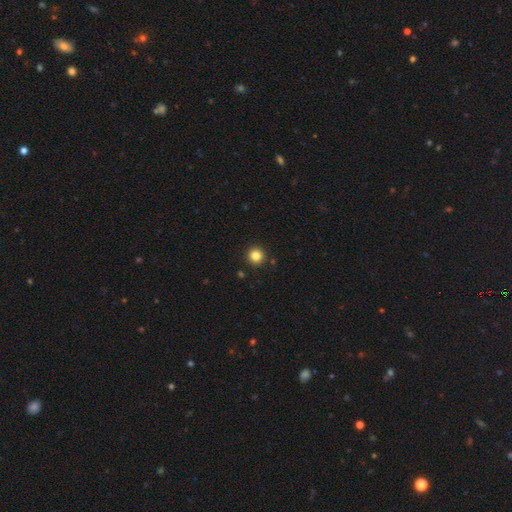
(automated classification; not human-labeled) The model was most divided on "smooth or featured": smooth: 83%, star or artifact: 12%, featured or disk: 5%. More confident: how rounded — round (96%); merging — none (92%).